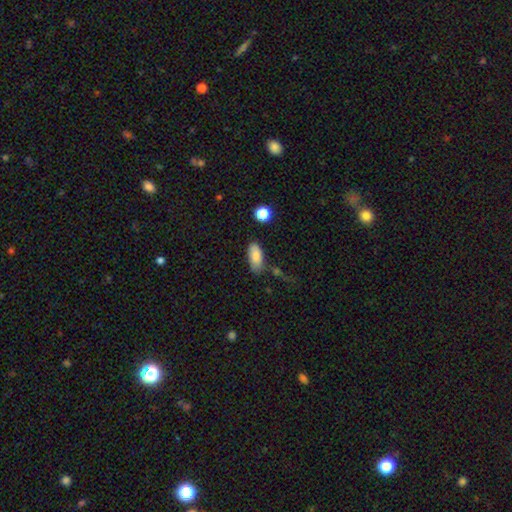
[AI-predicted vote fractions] Smooth or featured?
  - smooth: 86% *
  - star or artifact: 7%
  - featured or disk: 7%
How rounded?
  - in between: 89% *
  - cigar-shaped: 8%
  - round: 3%
Merging?
  - none: 69% *
  - minor disturbance: 20%
  - merger: 6%
  - major disturbance: 5%